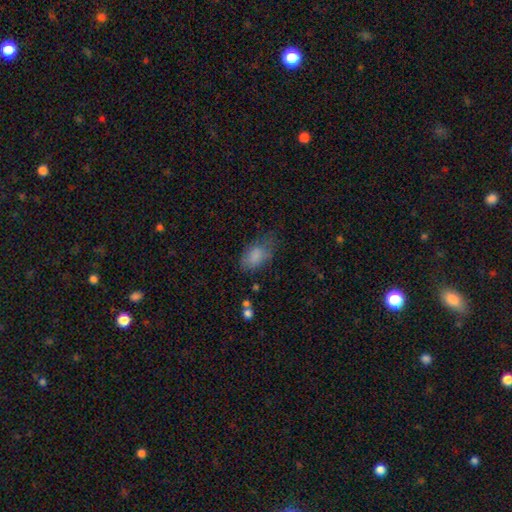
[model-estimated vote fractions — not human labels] Smooth or featured: smooth — 80% (featured or disk — 11%)
How rounded: in between — 89% (round — 9%)
Merging: none — 47% (minor disturbance — 32%)